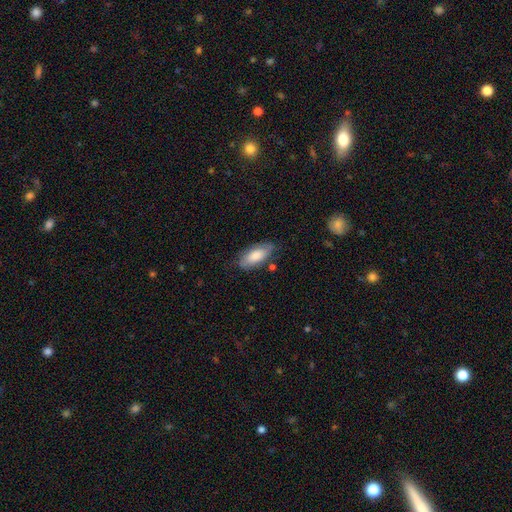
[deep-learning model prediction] The model was most divided on "merging": none: 73%, minor disturbance: 20%, major disturbance: 5%, merger: 3%. More confident: how rounded — in between (87%); smooth or featured — smooth (78%).